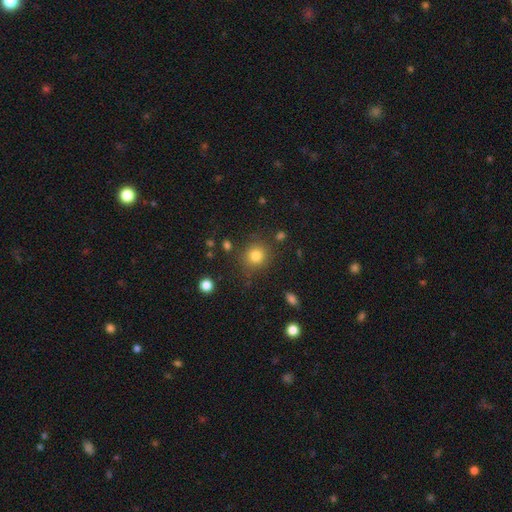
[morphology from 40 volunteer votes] This is clearly a smooth galaxy (82%). How rounded: clearly round (94%). Merging: clearly none (86%).